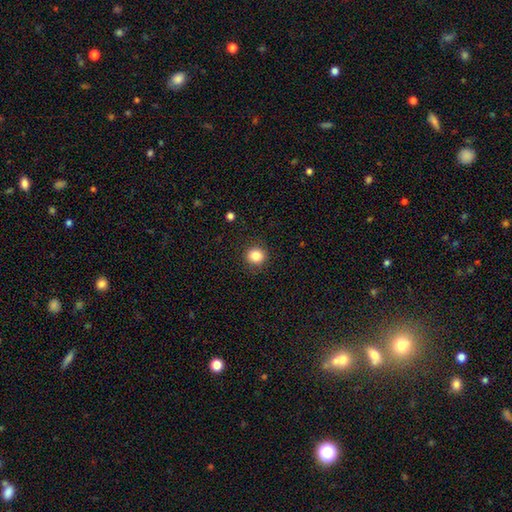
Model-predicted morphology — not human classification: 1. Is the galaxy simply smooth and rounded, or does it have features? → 85% smooth, 11% star or artifact, 5% featured or disk.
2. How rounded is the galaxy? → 90% round, 9% in between, 1% cigar-shaped.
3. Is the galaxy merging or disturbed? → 90% none, 7% minor disturbance, 2% major disturbance, 1% merger.